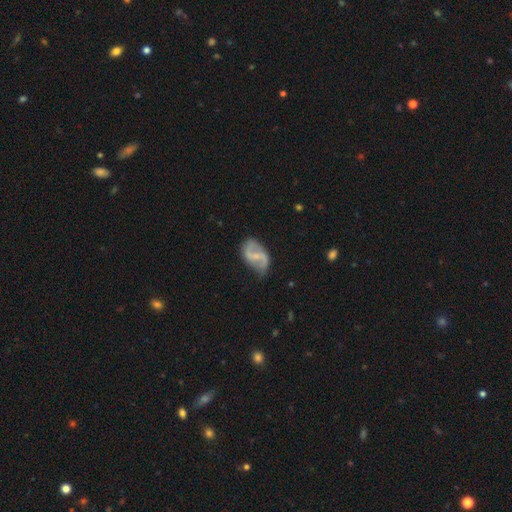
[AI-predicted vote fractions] A featured or disk galaxy (78%) with a weak bar (50%), 2 (89%) loose (57%) spiral arms (89%) and a small central bulge (61%). Merging: none (66%).